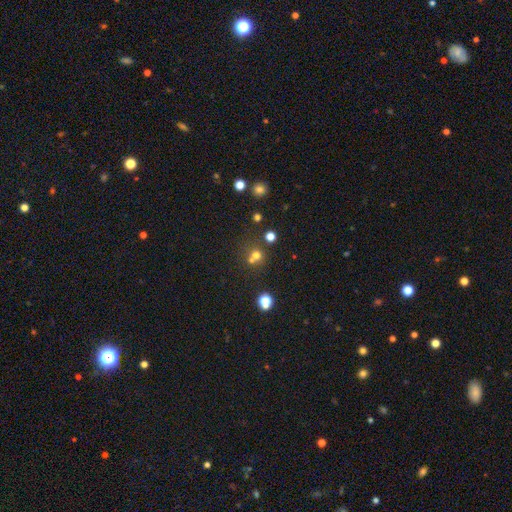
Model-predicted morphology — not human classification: The model was most divided on "merging": none: 56%, merger: 34%, minor disturbance: 7%, major disturbance: 3%. More confident: how rounded — round (88%); smooth or featured — smooth (65%).